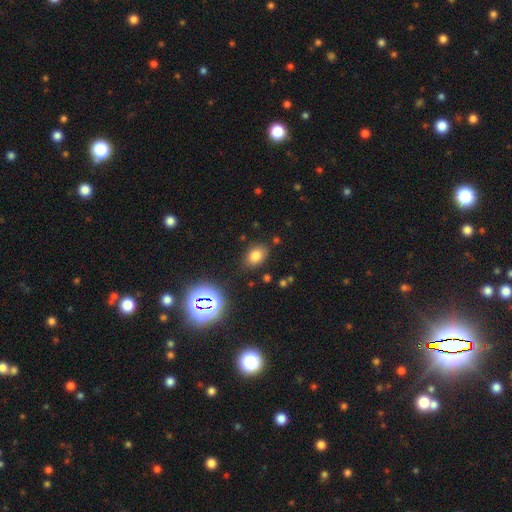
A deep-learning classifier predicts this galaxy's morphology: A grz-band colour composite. It shows a smooth galaxy with no disk features (76%) that is in between round and cigar-shaped (75%). Merging: none (82%).